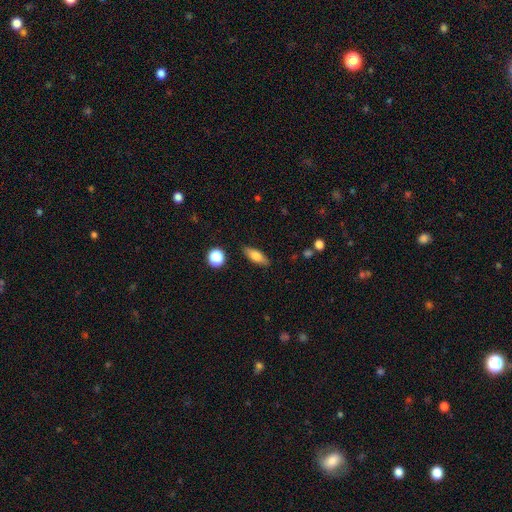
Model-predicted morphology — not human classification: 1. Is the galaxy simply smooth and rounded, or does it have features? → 74% smooth, 18% featured or disk, 8% star or artifact.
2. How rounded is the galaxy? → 68% in between, 28% cigar-shaped, 4% round.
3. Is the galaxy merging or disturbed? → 86% none, 10% minor disturbance, 2% major disturbance, 2% merger.